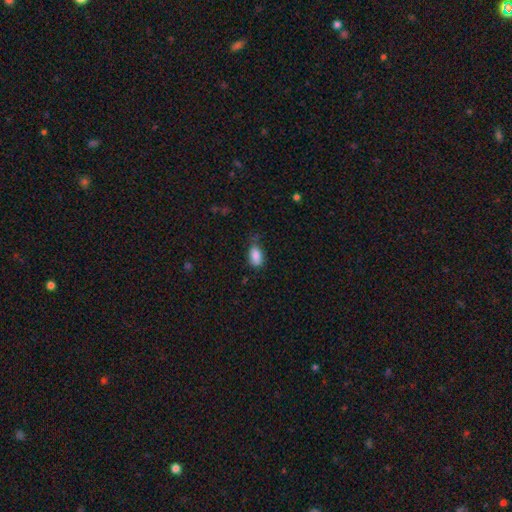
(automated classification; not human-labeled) smooth 86%, star or artifact 8%, featured or disk 6%. Down the decision tree: how rounded — in between (91%); merging — none (59%).